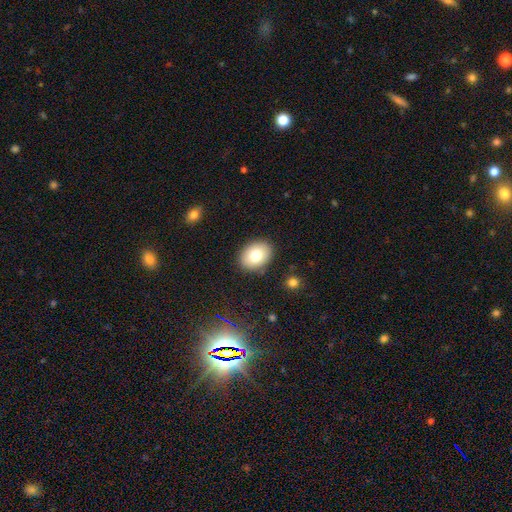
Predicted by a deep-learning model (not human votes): Smooth or featured: smooth — 77% (featured or disk — 14%)
How rounded: in between — 70% (round — 29%)
Merging: none — 88% (minor disturbance — 8%)